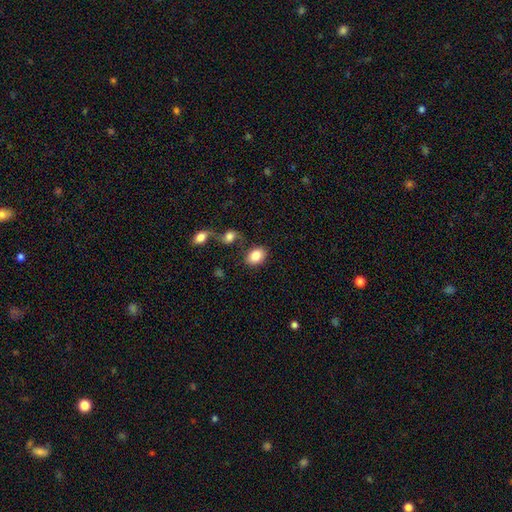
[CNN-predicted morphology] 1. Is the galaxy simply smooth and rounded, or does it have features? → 85% smooth, 8% featured or disk, 7% star or artifact.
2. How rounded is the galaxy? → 75% in between, 24% round, 1% cigar-shaped.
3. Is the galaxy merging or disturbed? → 73% none, 12% minor disturbance, 10% merger, 5% major disturbance.